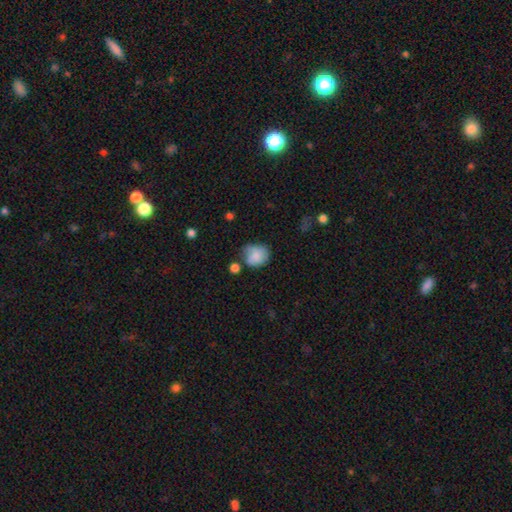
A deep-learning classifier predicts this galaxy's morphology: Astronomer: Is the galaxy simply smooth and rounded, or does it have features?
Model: smooth — 80%.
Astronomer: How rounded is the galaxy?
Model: round — 65%.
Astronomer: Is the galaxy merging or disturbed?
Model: none — 46% (runner-up: minor disturbance, 31%).